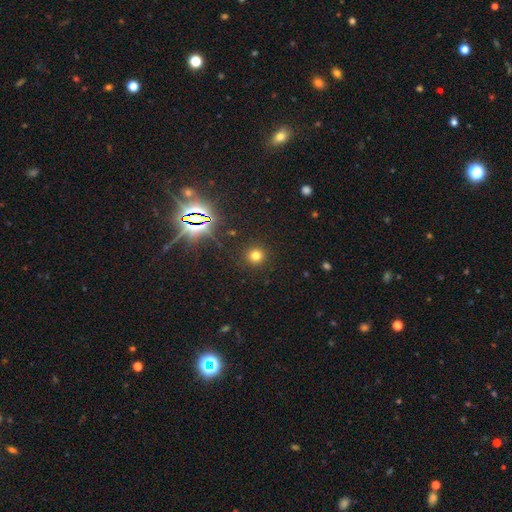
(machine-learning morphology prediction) Overall: smooth (72%). How rounded: round (93%). Merging: none (91%).